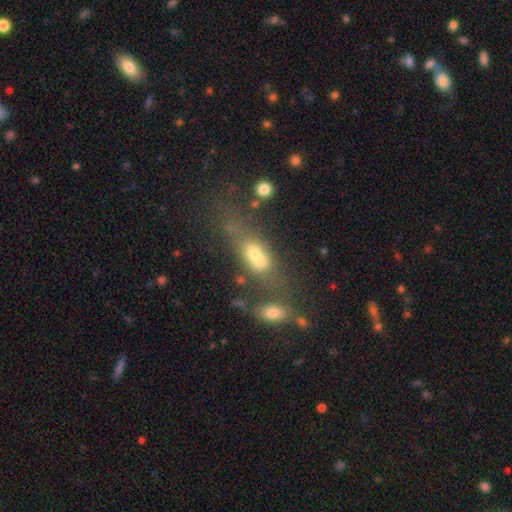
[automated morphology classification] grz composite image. It shows a smooth galaxy with no disk features (52%) that is in between round and cigar-shaped (57%). Merging: merger (39%).